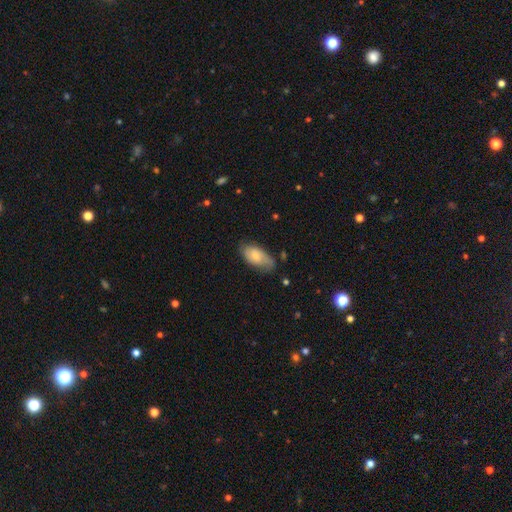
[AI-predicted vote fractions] Smooth or featured? smooth (67%)
How rounded? in between (92%)
Merging? none (60%)